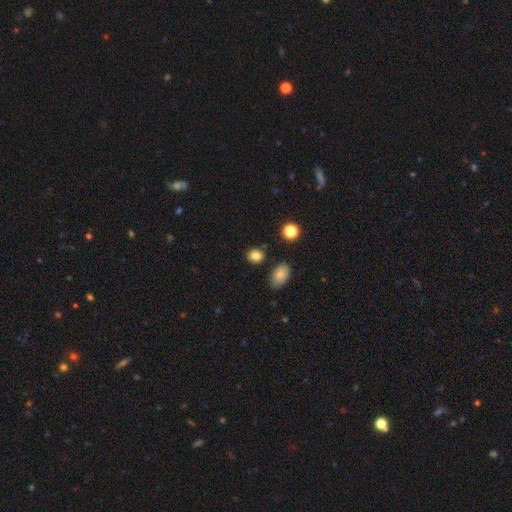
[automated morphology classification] A smooth galaxy with no disk features (83%) that is round (62%).

Vote fractions:
- Smooth or featured? smooth: 83% / star or artifact: 11% / featured or disk: 6%
- How rounded? round: 62% / in between: 36% / cigar-shaped: 1%
- Merging? none: 83% / minor disturbance: 10% / merger: 5% / major disturbance: 3%